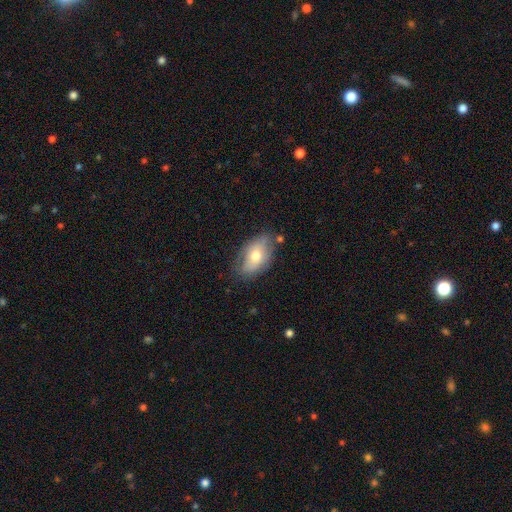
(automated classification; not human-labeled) Morphology: type=smooth (65%); roundness=in between (90%); merging=none (66%).